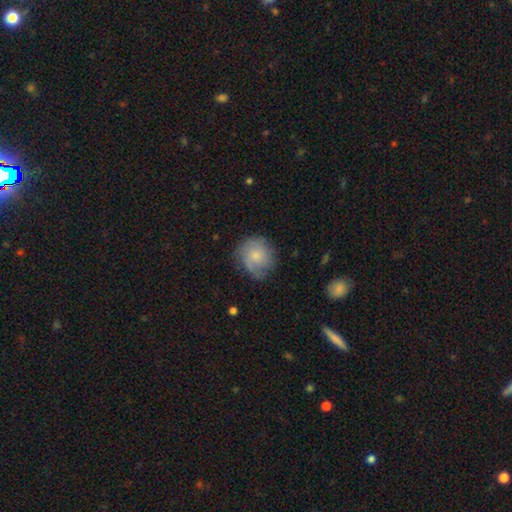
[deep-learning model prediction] A smooth galaxy with no disk features (62%) that is round (83%).

Vote fractions:
- Smooth or featured? smooth: 62% / featured or disk: 30% / star or artifact: 7%
- How rounded? round: 83% / in between: 16% / cigar-shaped: 1%
- Merging? none: 65% / minor disturbance: 24% / major disturbance: 9% / merger: 2%